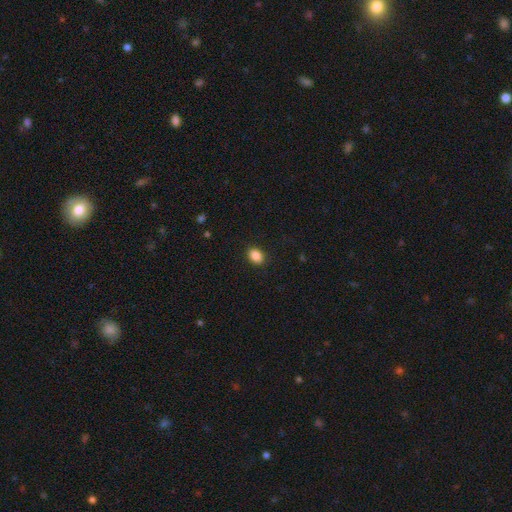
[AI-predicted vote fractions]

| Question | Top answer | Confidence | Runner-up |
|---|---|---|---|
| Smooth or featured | smooth | 88% | star or artifact (9%) |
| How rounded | in between | 72% | round (27%) |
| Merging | none | 90% | minor disturbance (7%) |